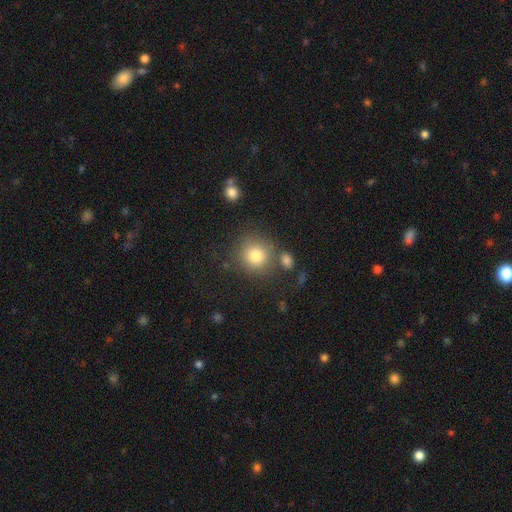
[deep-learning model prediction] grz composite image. It shows a smooth galaxy with no disk features (81%) that is round (89%). Merging: none (75%).